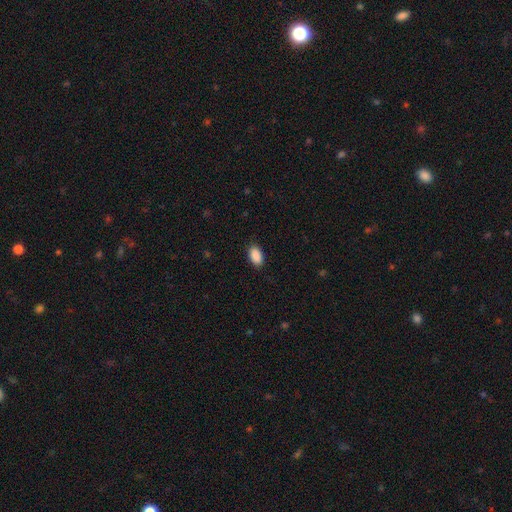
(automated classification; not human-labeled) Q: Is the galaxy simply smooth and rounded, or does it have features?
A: smooth — 90%.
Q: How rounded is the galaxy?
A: in between — 93%.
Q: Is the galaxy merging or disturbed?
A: none — 88%.